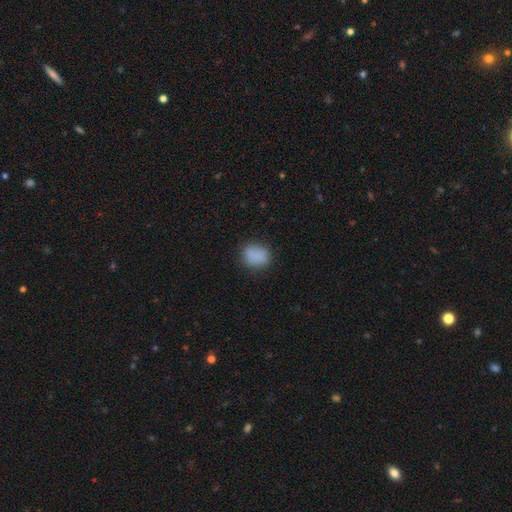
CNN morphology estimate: smooth-or-featured: smooth: 83% | star or artifact: 10% | featured or disk: 7%
  how-rounded: round: 57% | in between: 41% | cigar-shaped: 1%
  merging: none: 74% | minor disturbance: 18% | major disturbance: 6% | merger: 2%